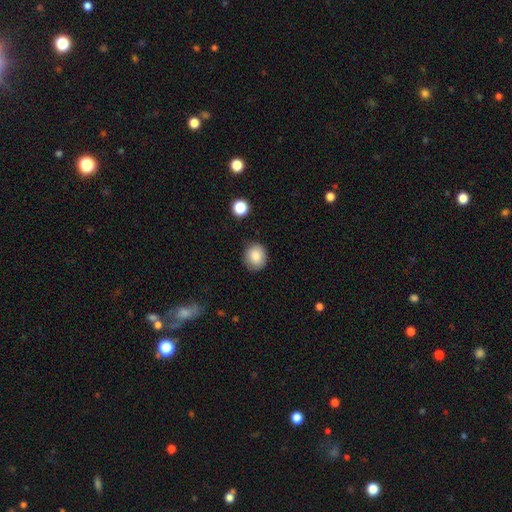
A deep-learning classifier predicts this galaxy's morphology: This appears to be a smooth galaxy with no disk features (84%) that is round (77%). Merging: none (83%).